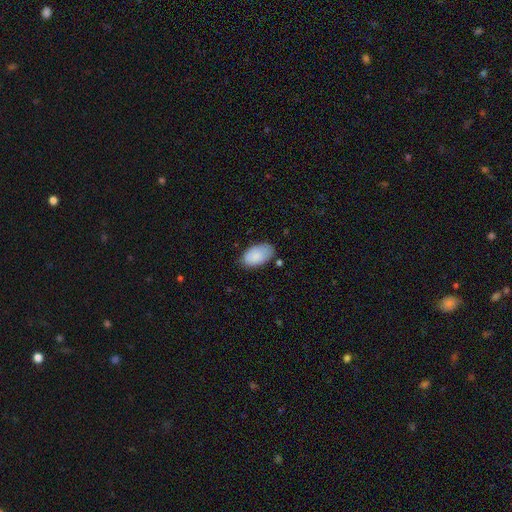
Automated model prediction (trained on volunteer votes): This appears to be a smooth galaxy with no disk features (88%) that is in between round and cigar-shaped (95%). Merging: none (72%).